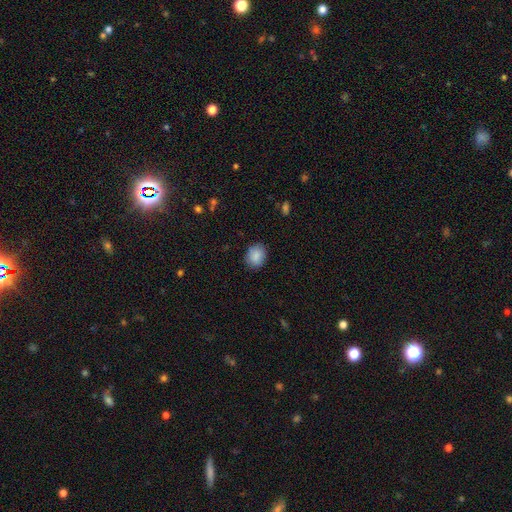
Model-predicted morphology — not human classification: This appears to be a smooth galaxy with no disk features (88%) that is round (53%). Merging: none (84%).